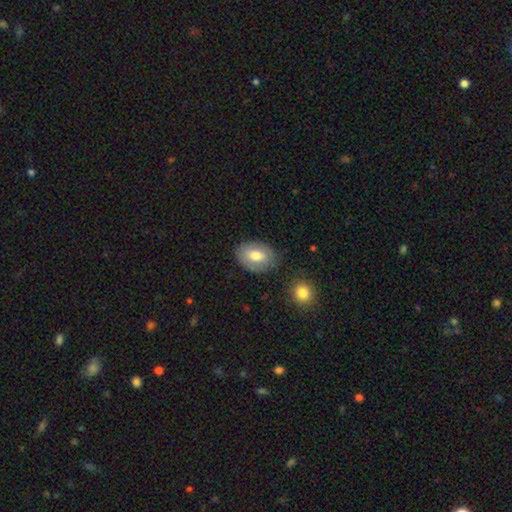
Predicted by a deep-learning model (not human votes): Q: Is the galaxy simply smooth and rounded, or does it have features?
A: smooth — 72%.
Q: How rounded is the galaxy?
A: in between — 82%.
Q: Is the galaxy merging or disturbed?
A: none — 77%.